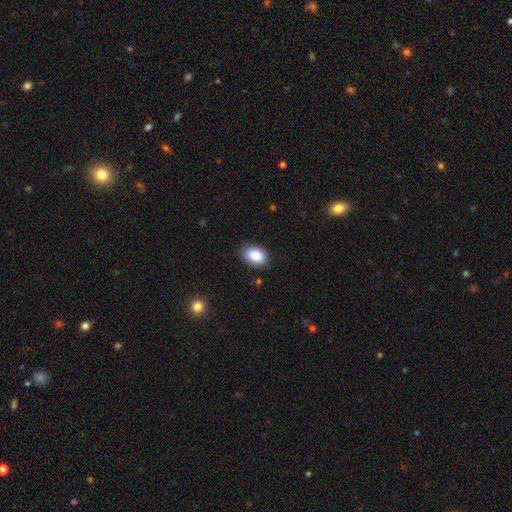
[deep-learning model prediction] Smooth or featured? Predicted: smooth (p=0.87). How rounded? Predicted: in between (p=0.88). Merging? Predicted: none (p=0.85).